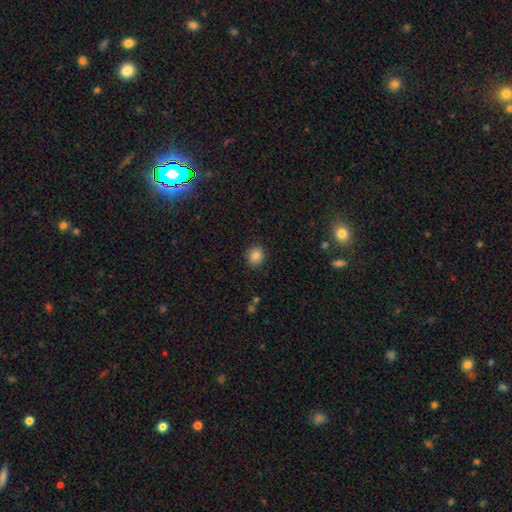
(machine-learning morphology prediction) Smooth or featured? smooth (86%)
How rounded? round (80%)
Merging? none (90%)